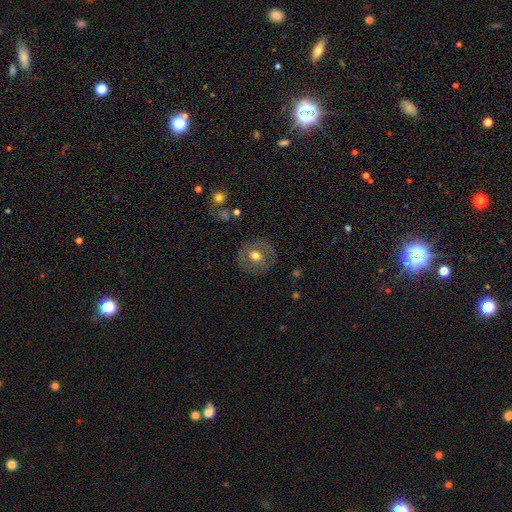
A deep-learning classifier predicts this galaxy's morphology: Q: Smooth or featured?
A: smooth (56%); runner-up: featured or disk (35%)
Q: How rounded?
A: round (87%); runner-up: in between (12%)
Q: Merging?
A: none (84%); runner-up: minor disturbance (11%)